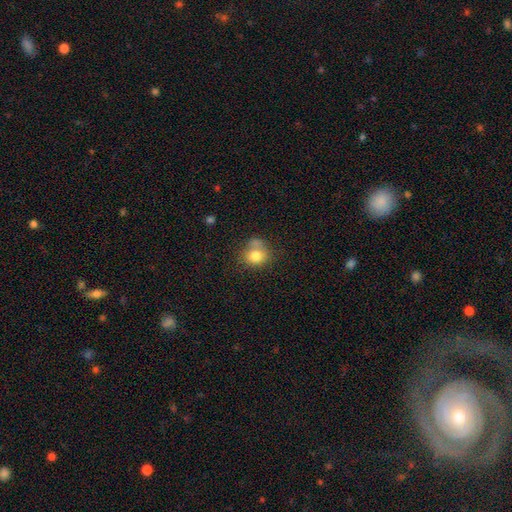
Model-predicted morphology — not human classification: Smooth or featured: smooth — 79% (featured or disk — 11%)
How rounded: round — 74% (in between — 26%)
Merging: none — 48% (merger — 25%)